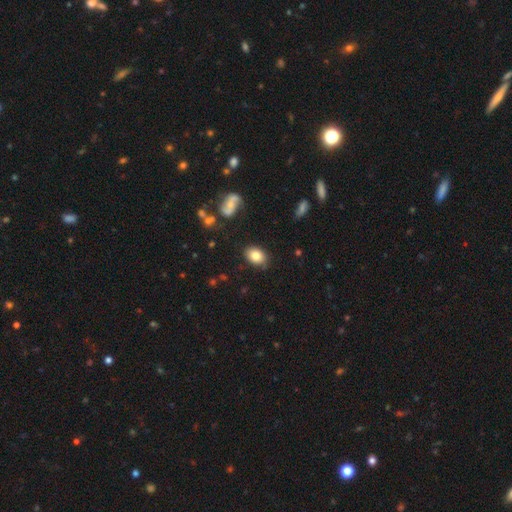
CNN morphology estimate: Smooth or featured?
  - smooth: 81% *
  - featured or disk: 11%
  - star or artifact: 8%
How rounded?
  - in between: 76% *
  - round: 23%
  - cigar-shaped: 1%
Merging?
  - none: 81% *
  - minor disturbance: 14%
  - major disturbance: 3%
  - merger: 2%